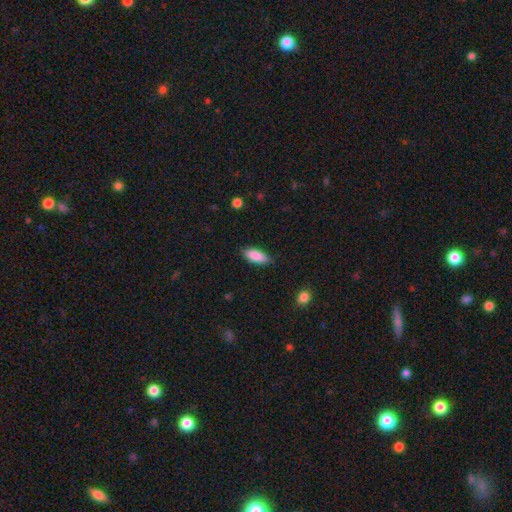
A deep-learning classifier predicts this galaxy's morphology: Smooth or featured? smooth (87%)
How rounded? in between (80%)
Merging? none (85%)